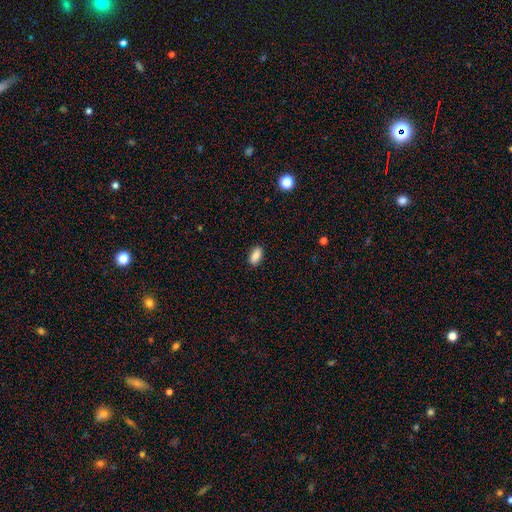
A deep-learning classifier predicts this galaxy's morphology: type=smooth (87%); roundness=in between (90%); merging=none (89%).